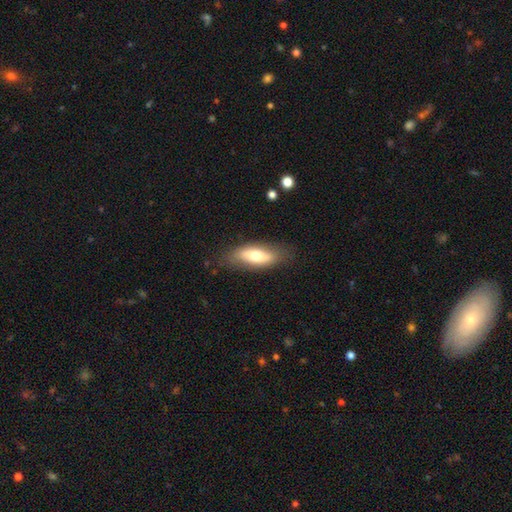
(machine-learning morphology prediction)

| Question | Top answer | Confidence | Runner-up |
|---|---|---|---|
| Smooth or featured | smooth | 64% | featured or disk (30%) |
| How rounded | in between | 74% | cigar-shaped (23%) |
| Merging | none | 77% | minor disturbance (17%) |